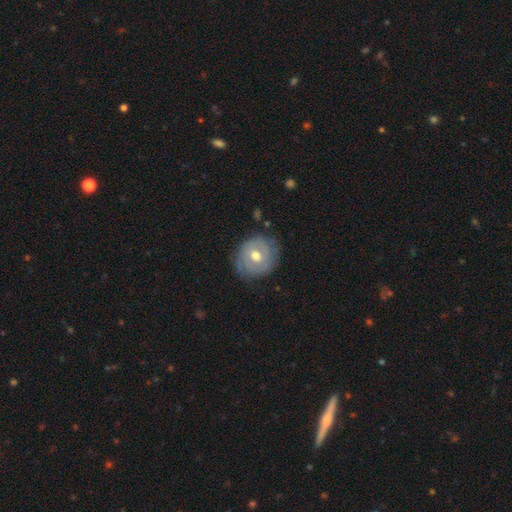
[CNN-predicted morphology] Overall: featured or disk (60%; smooth 34%). Edge-on disk: no (97%). Bar: no (69%). Spiral arms: yes (61%; no 39%). Bulge size: moderate (80%). Merging: none (75%).